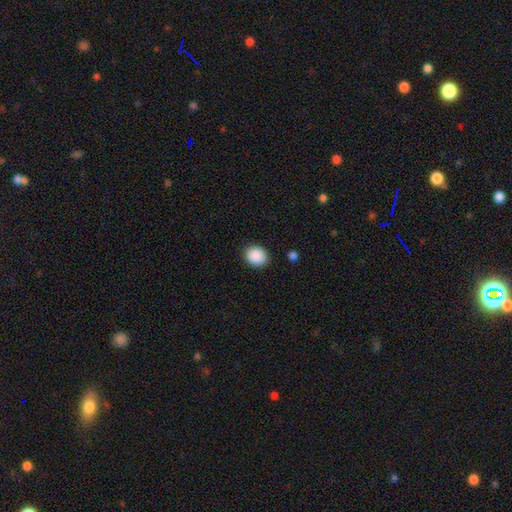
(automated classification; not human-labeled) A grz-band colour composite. It shows a smooth galaxy with no disk features (90%) that is round (64%). Merging: none (88%).